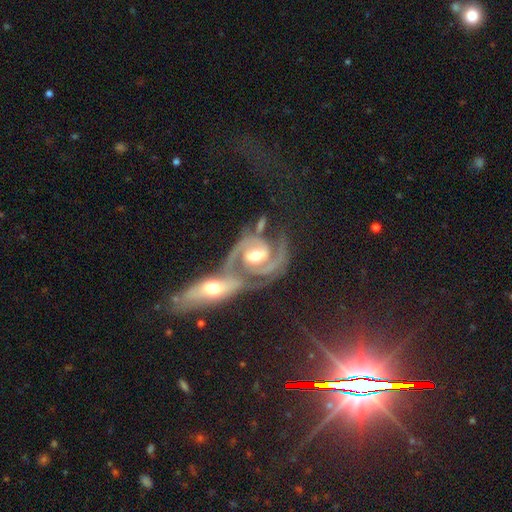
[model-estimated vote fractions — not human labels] Smooth or featured? Predicted: featured or disk (p=0.92). Edge-on disk? Predicted: no (p=0.97). Bar? Predicted: weak (p=0.44). Spiral arms? Predicted: yes (p=0.98). Spiral winding? Predicted: medium (p=0.47). Spiral arm count? Predicted: 2 (p=0.89). Bulge size? Predicted: moderate (p=0.71). Merging? Predicted: merger (p=0.60).